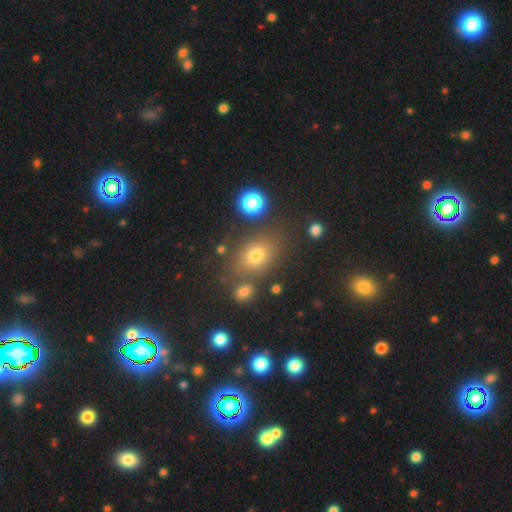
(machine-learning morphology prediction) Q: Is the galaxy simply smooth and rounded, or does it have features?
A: smooth — 71%.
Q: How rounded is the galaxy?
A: in between — 59%.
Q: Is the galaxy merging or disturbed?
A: none — 72%.